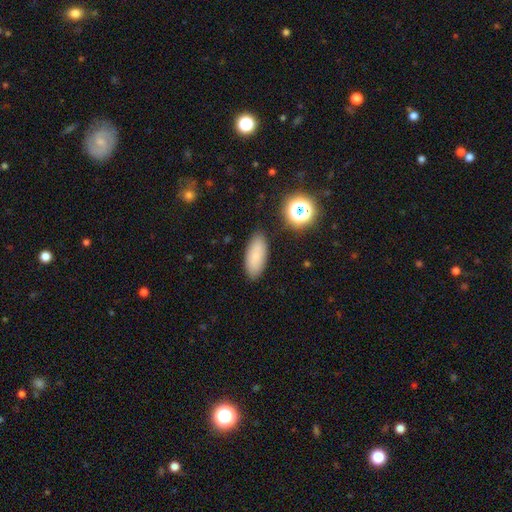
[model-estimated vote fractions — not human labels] This is likely a smooth galaxy (79%). How rounded: clearly in between (83%). Merging: clearly none (85%).